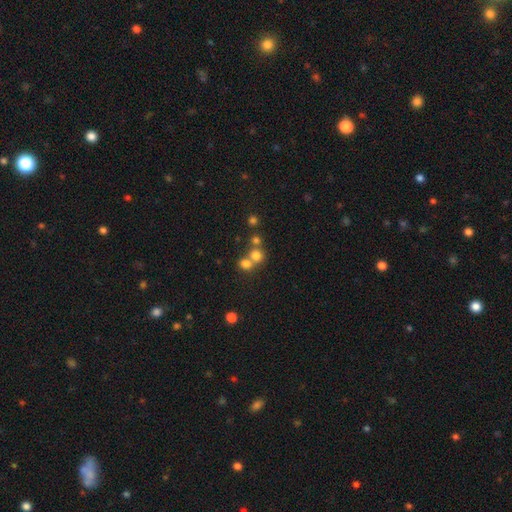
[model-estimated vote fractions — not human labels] This is likely a smooth galaxy (72%). How rounded: likely round (78%). Merging: possibly merger (47%).